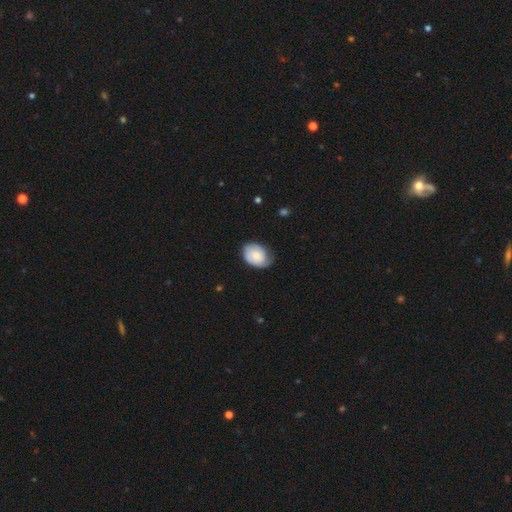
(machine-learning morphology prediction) Smooth or featured? smooth (52%)
How rounded? in between (70%)
Merging? none (57%)